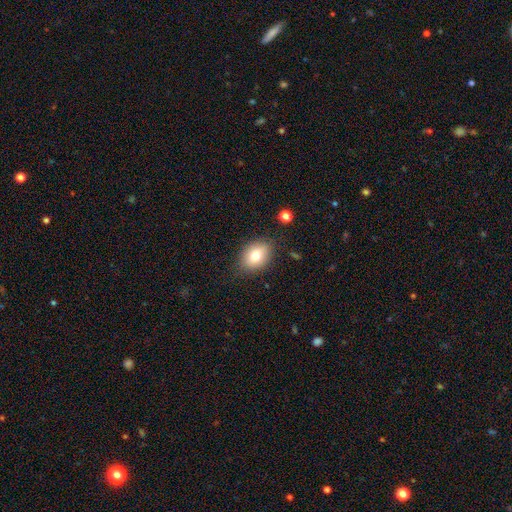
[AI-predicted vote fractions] A smooth galaxy with no disk features (77%) that is in between round and cigar-shaped (72%). Merging: none (82%).